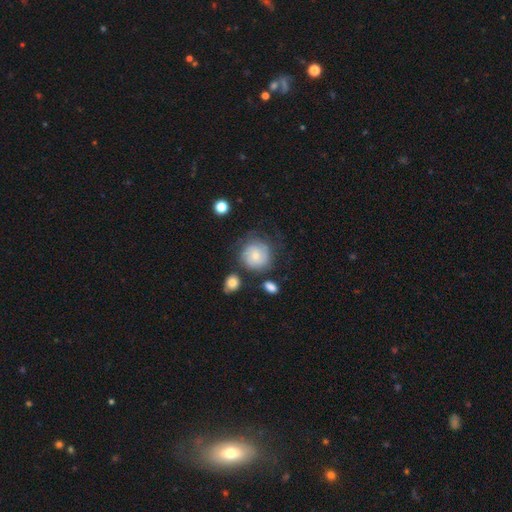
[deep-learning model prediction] The model was most divided on "smooth or featured": smooth: 57%, featured or disk: 35%, star or artifact: 8%. More confident: how rounded — round (89%); merging — none (63%).